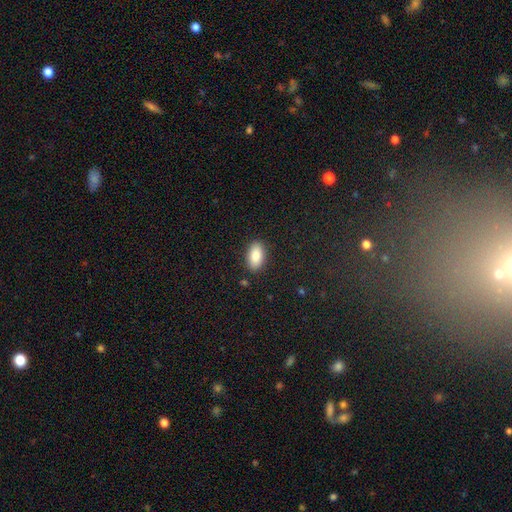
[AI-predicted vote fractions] This is clearly a smooth galaxy (87%). How rounded: clearly in between (92%). Merging: clearly none (87%).